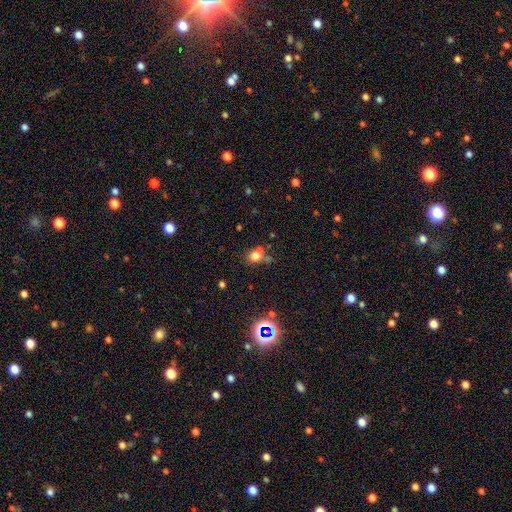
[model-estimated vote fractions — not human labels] This is likely a smooth galaxy (69%). How rounded: likely round (64%). Merging: possibly none (51%).